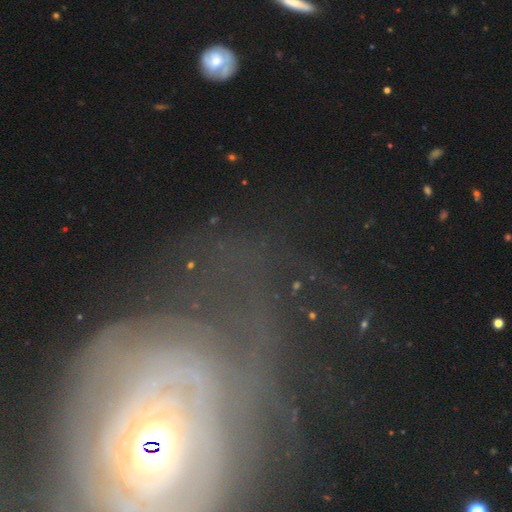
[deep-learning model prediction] A featured or disk galaxy (57%). Merging: none (64%).